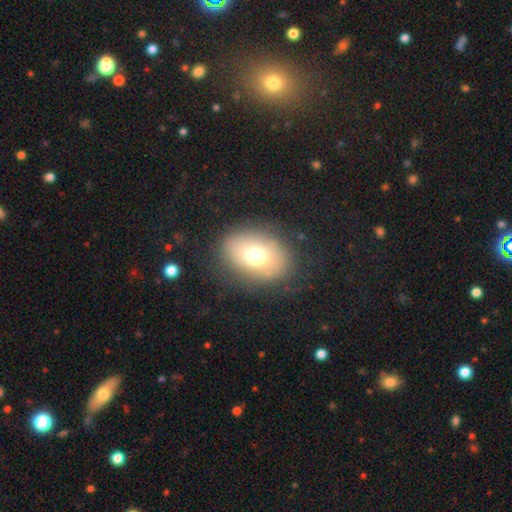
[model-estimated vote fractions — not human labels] smooth-or-featured: smooth: 70% | featured or disk: 18% | star or artifact: 13%
  how-rounded: in between: 64% | round: 35% | cigar-shaped: 1%
  merging: none: 78% | minor disturbance: 13% | major disturbance: 7% | merger: 1%